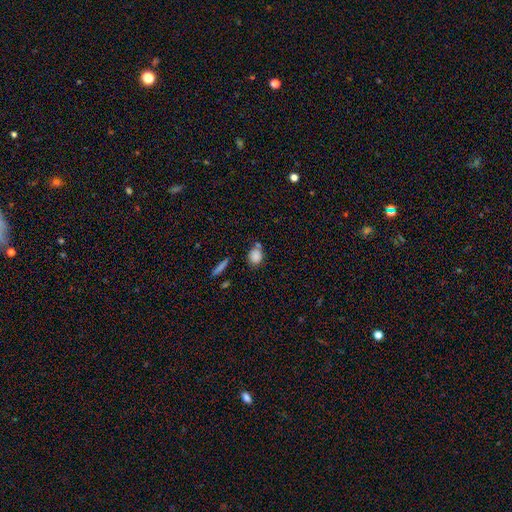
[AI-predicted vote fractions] Smooth or featured?
  - smooth: 84% *
  - star or artifact: 10%
  - featured or disk: 6%
How rounded?
  - round: 71% *
  - in between: 26%
  - cigar-shaped: 3%
Merging?
  - none: 63% *
  - merger: 17%
  - minor disturbance: 15%
  - major disturbance: 5%